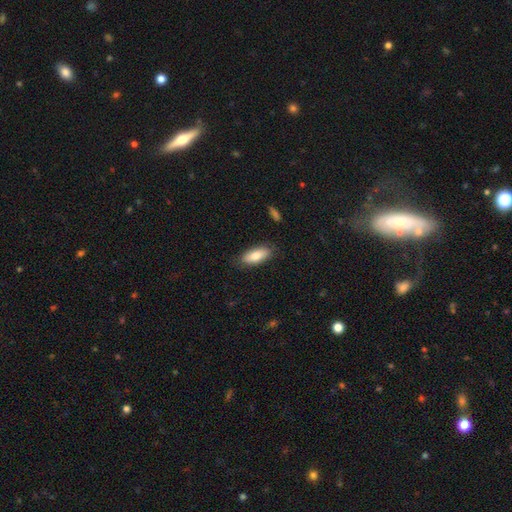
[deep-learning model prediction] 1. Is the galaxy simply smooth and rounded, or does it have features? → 79% smooth, 15% featured or disk, 6% star or artifact.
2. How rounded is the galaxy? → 79% in between, 19% cigar-shaped, 2% round.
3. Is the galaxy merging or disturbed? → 84% none, 12% minor disturbance, 3% major disturbance, 1% merger.